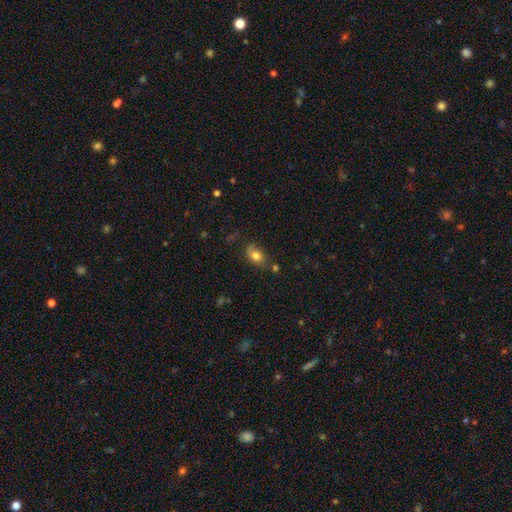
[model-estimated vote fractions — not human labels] This is likely a smooth galaxy (79%). How rounded: likely in between (67%). Merging: likely none (64%).